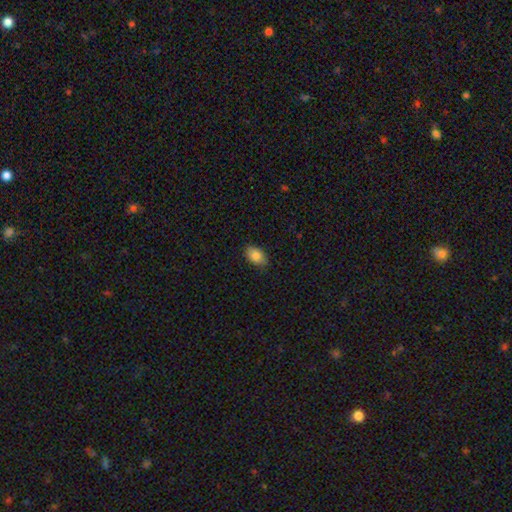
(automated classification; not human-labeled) This appears to be a smooth galaxy with no disk features (83%) that is in between round and cigar-shaped (90%). Merging: none (86%).